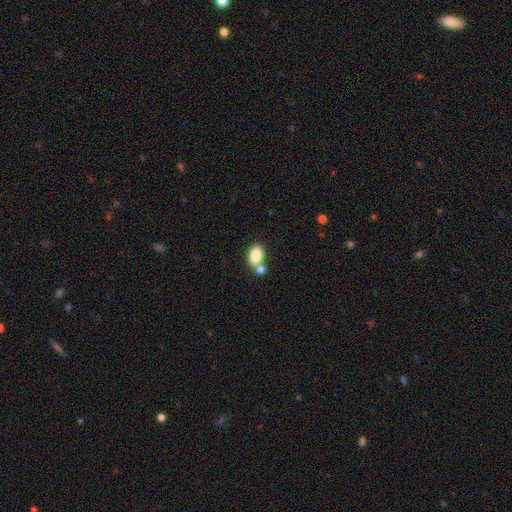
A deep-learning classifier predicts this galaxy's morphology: smooth-or-featured: smooth: 83% | star or artifact: 8% | featured or disk: 8%
  how-rounded: in between: 85% | round: 13% | cigar-shaped: 2%
  merging: none: 54% | merger: 30% | minor disturbance: 12% | major disturbance: 4%